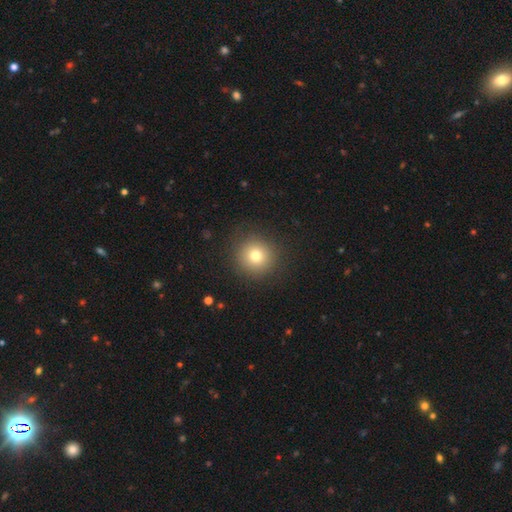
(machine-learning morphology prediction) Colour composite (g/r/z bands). It shows a smooth galaxy with no disk features (76%) that is round (94%). Merging: none (89%).